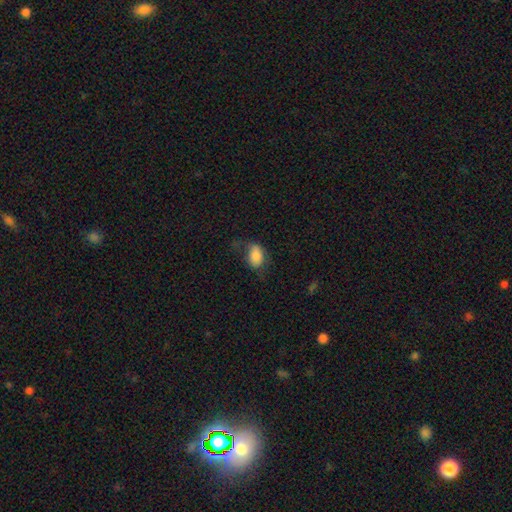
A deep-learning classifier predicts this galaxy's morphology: Smooth or featured?
  - smooth: 79% *
  - featured or disk: 13%
  - star or artifact: 8%
How rounded?
  - in between: 86% *
  - round: 13%
  - cigar-shaped: 1%
Merging?
  - none: 48% *
  - minor disturbance: 28%
  - major disturbance: 22%
  - merger: 2%